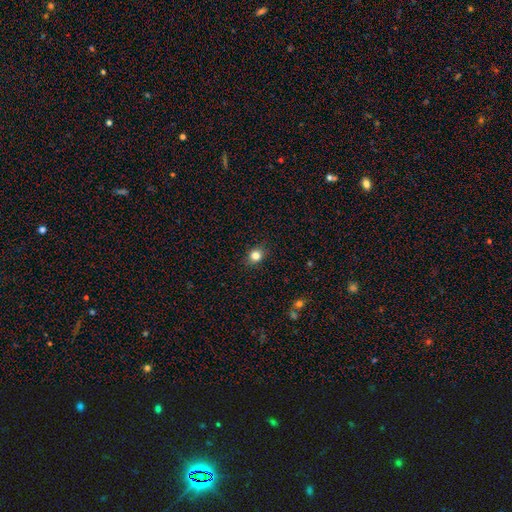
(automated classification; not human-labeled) Smooth or featured? smooth (82%)
How rounded? round (72%)
Merging? none (88%)